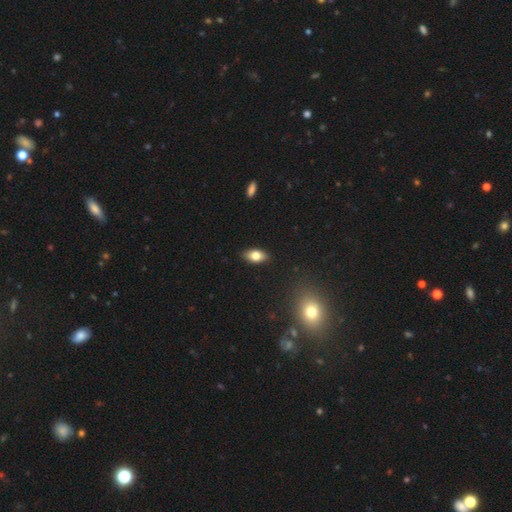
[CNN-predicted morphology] smooth-or-featured: smooth: 75% | featured or disk: 17% | star or artifact: 8%
  how-rounded: in between: 89% | cigar-shaped: 6% | round: 5%
  merging: none: 88% | minor disturbance: 9% | major disturbance: 2% | merger: 1%